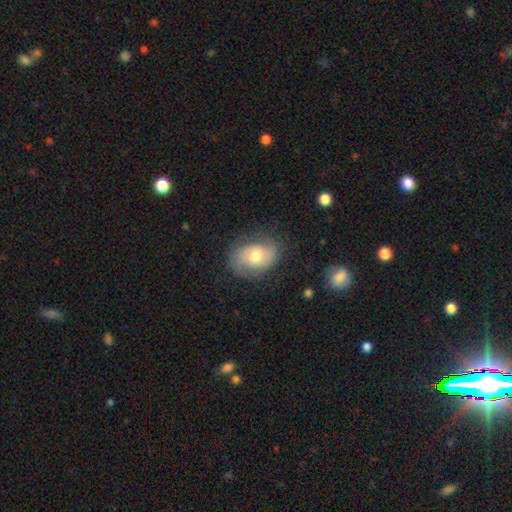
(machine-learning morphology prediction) Smooth or featured? featured or disk (52%)
Edge-on disk? no (95%)
Merging? none (71%)